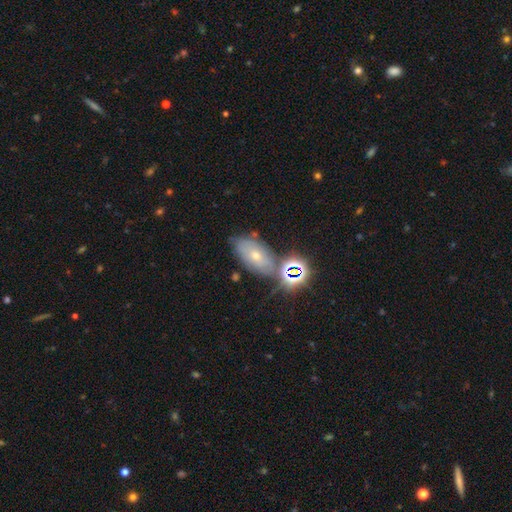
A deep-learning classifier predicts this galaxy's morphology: smooth 45%, featured or disk 30%, star or artifact 25%. Down the decision tree: merging — none (64%).